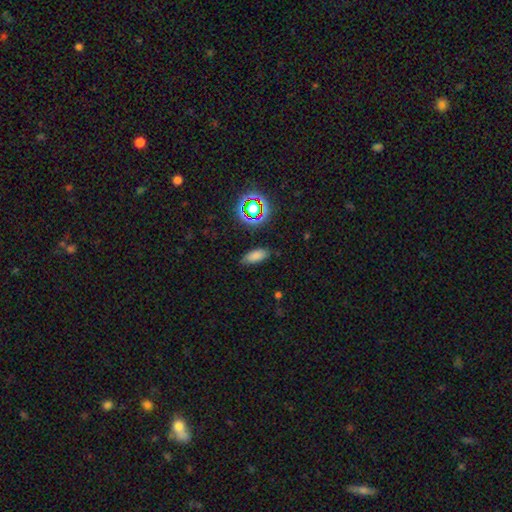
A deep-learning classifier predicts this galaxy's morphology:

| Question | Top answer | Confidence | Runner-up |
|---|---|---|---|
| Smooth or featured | smooth | 75% | star or artifact (18%) |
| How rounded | in between | 83% | cigar-shaped (13%) |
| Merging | none | 82% | minor disturbance (13%) |